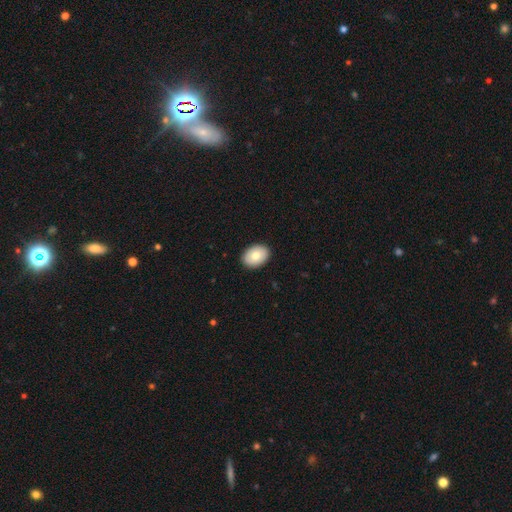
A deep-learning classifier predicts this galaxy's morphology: A smooth galaxy with no disk features (79%) that is in between round and cigar-shaped (79%).

Vote fractions:
- Smooth or featured? smooth: 79% / featured or disk: 15% / star or artifact: 7%
- How rounded? in between: 79% / round: 20% / cigar-shaped: 1%
- Merging? none: 91% / minor disturbance: 6% / major disturbance: 1% / merger: 1%